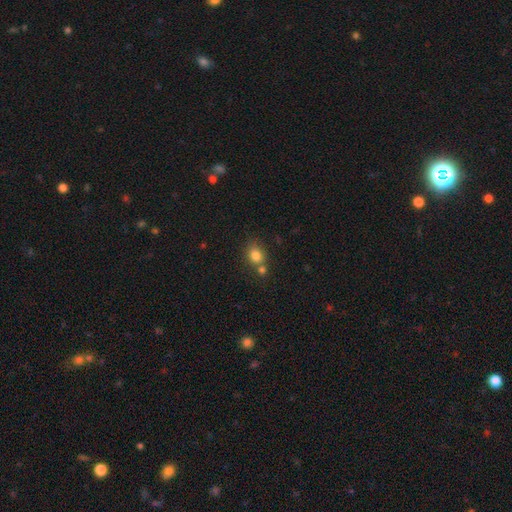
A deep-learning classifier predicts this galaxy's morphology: smooth-or-featured: smooth: 81% | star or artifact: 11% | featured or disk: 8%
  how-rounded: round: 58% | in between: 41% | cigar-shaped: 1%
  merging: none: 54% | merger: 30% | minor disturbance: 12% | major disturbance: 4%